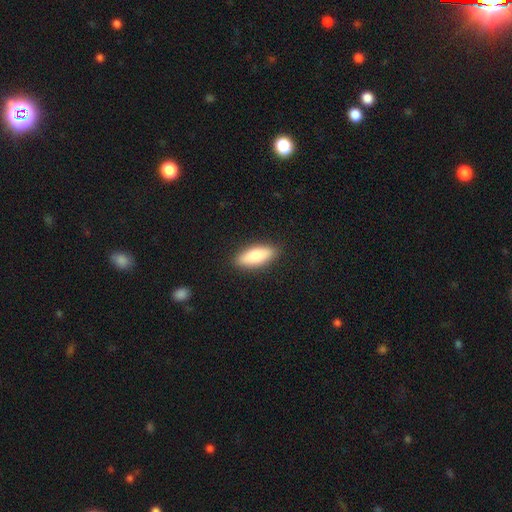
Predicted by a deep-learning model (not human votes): A smooth galaxy with no disk features (81%) that is in between round and cigar-shaped (66%).

Vote fractions:
- Smooth or featured? smooth: 81% / featured or disk: 13% / star or artifact: 6%
- How rounded? in between: 66% / cigar-shaped: 32% / round: 2%
- Merging? none: 89% / minor disturbance: 8% / major disturbance: 2% / merger: 1%